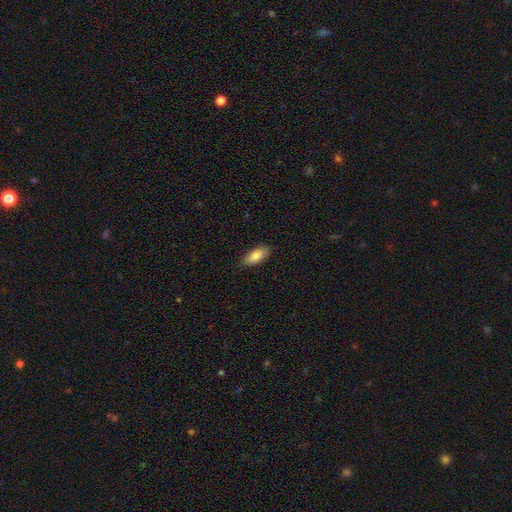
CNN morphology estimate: Smooth or featured: smooth — 82% (featured or disk — 12%)
How rounded: in between — 81% (cigar-shaped — 17%)
Merging: none — 87% (minor disturbance — 10%)